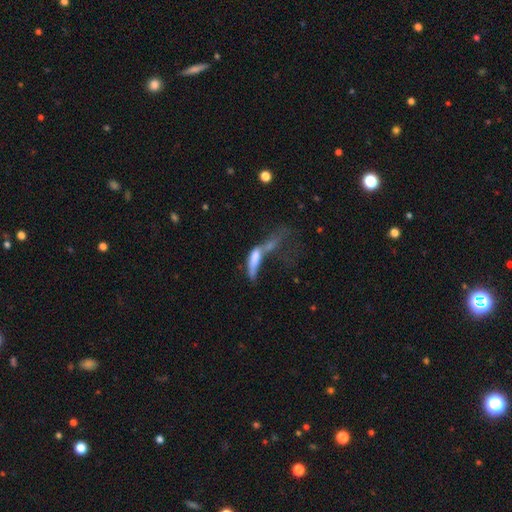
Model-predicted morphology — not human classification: Smooth or featured: smooth — 57% (featured or disk — 32%)
How rounded: cigar-shaped — 54% (in between — 42%)
Merging: merger — 40% (major disturbance — 38%)